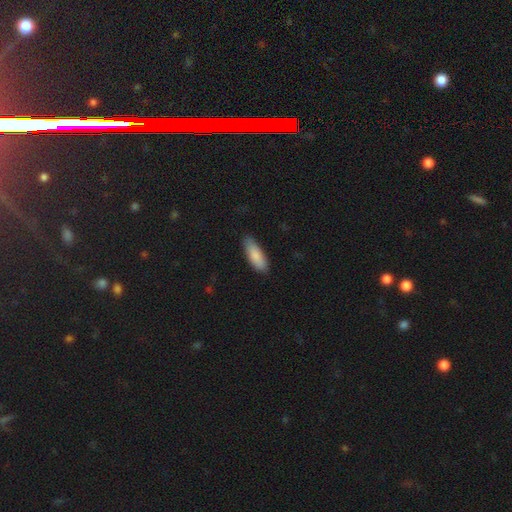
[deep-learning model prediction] A smooth galaxy with no disk features (87%) that is in between round and cigar-shaped (64%).

Vote fractions:
- Smooth or featured? smooth: 87% / featured or disk: 8% / star or artifact: 5%
- How rounded? in between: 64% / cigar-shaped: 34% / round: 2%
- Merging? none: 84% / minor disturbance: 12% / major disturbance: 2% / merger: 1%